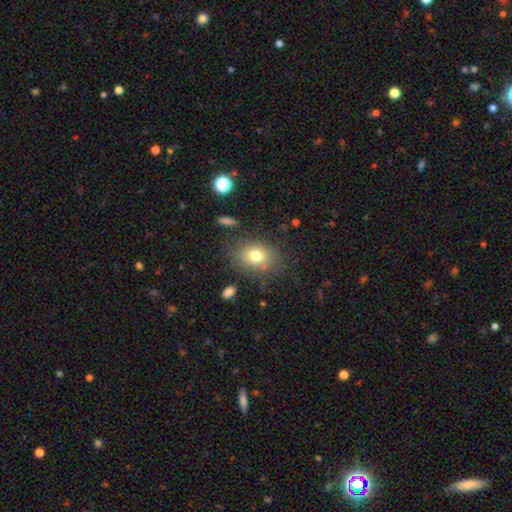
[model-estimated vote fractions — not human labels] Q: Smooth or featured?
A: smooth (74%); runner-up: featured or disk (15%)
Q: How rounded?
A: in between (56%); runner-up: round (43%)
Q: Merging?
A: none (74%); runner-up: minor disturbance (15%)